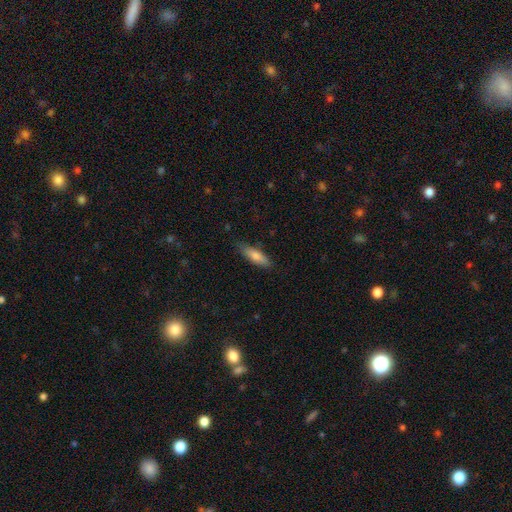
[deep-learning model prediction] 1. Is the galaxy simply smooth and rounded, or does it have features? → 76% smooth, 18% featured or disk, 6% star or artifact.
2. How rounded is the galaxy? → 55% cigar-shaped, 43% in between, 2% round.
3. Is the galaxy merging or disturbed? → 81% none, 15% minor disturbance, 3% major disturbance, 1% merger.